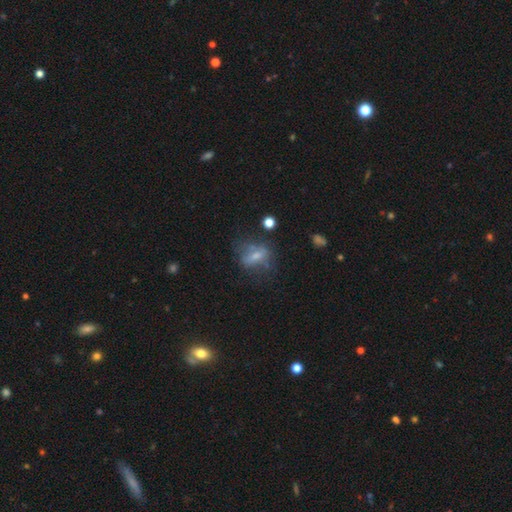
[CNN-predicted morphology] smooth_or_featured: smooth (p=0.48) [alt: featured or disk p=0.38]
merging: none (p=0.50) [alt: minor disturbance p=0.23]